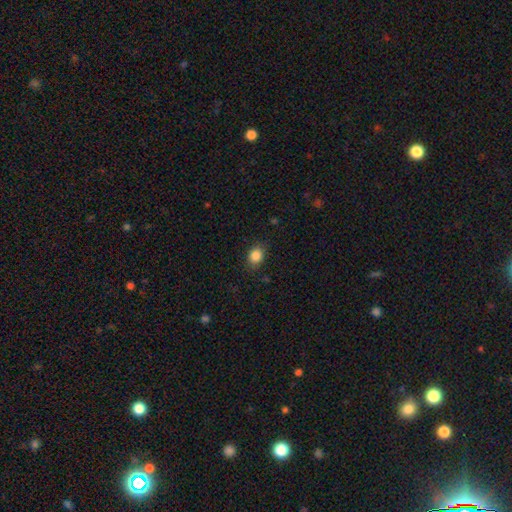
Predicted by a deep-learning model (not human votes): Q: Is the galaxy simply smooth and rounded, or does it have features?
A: smooth — 86%.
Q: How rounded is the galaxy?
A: in between — 53%.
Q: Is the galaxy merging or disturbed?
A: none — 84%.